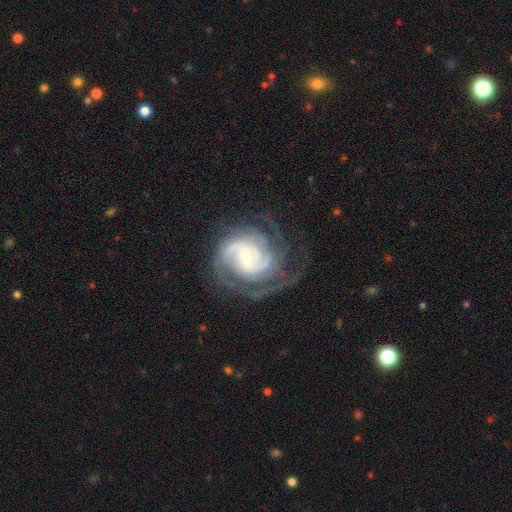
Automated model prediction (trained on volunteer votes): A featured or disk galaxy (88%) with no bar (43%, tied with weak), 2 (36%) tight (54%) spiral arms (97%) and a small central bulge (58%). Merging: none (66%).